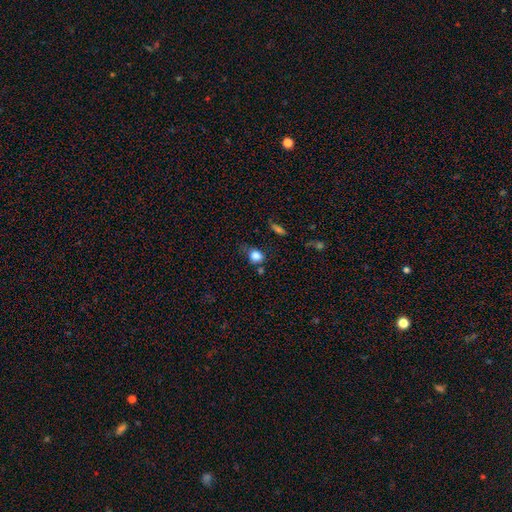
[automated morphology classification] Overall: smooth (82%). How rounded: round (63%; in between 35%). Merging: none (54%; minor disturbance 29%).